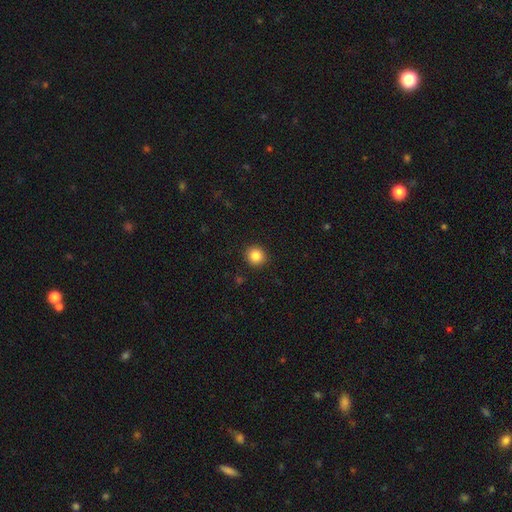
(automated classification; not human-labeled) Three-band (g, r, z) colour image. It shows a smooth galaxy with no disk features (85%) that is round (92%). Merging: none (92%).